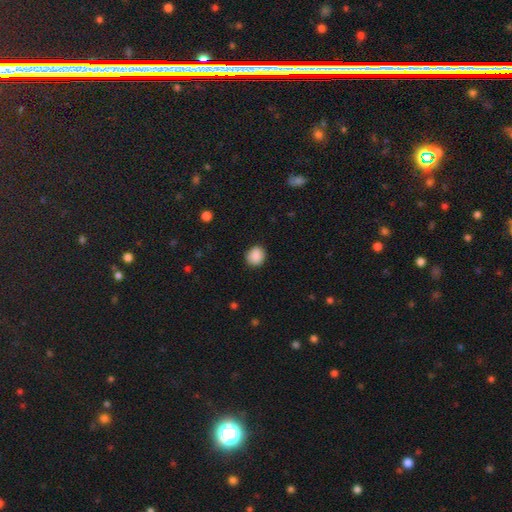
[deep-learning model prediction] Q: Smooth or featured?
A: smooth (89%); runner-up: star or artifact (8%)
Q: How rounded?
A: round (79%); runner-up: in between (21%)
Q: Merging?
A: none (88%); runner-up: minor disturbance (8%)